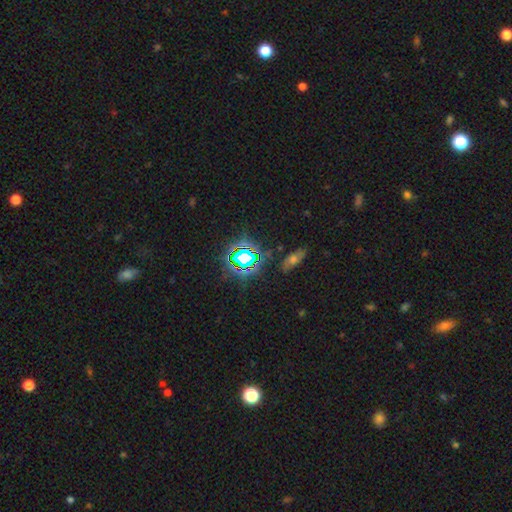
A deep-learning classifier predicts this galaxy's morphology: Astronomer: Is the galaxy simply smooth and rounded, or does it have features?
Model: star or artifact — 66%.